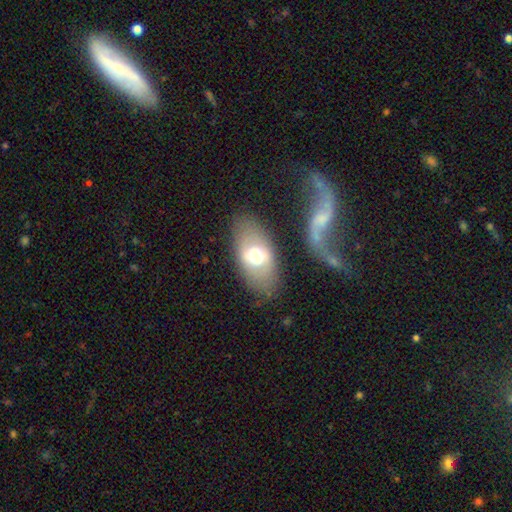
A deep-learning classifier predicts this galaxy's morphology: smooth_or_featured: smooth (p=0.52) [alt: featured or disk p=0.40]
how_rounded: in between (p=0.90) [alt: round p=0.08]
merging: none (p=0.76) [alt: minor disturbance p=0.13]